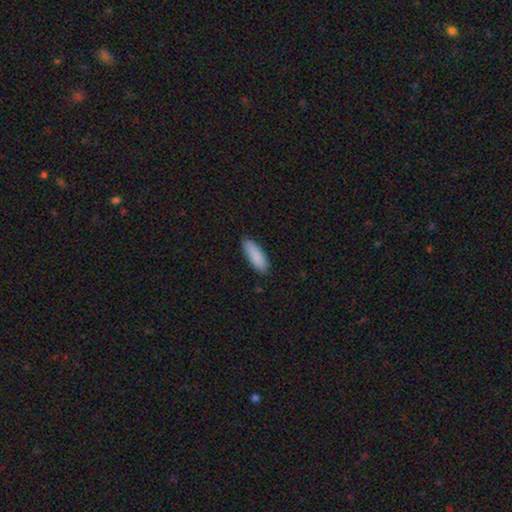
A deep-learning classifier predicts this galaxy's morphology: A smooth galaxy with no disk features (89%) that is in between round and cigar-shaped (61%).

Vote fractions:
- Smooth or featured? smooth: 89% / star or artifact: 6% / featured or disk: 5%
- How rounded? in between: 61% / cigar-shaped: 38% / round: 2%
- Merging? none: 86% / minor disturbance: 11% / major disturbance: 2% / merger: 1%